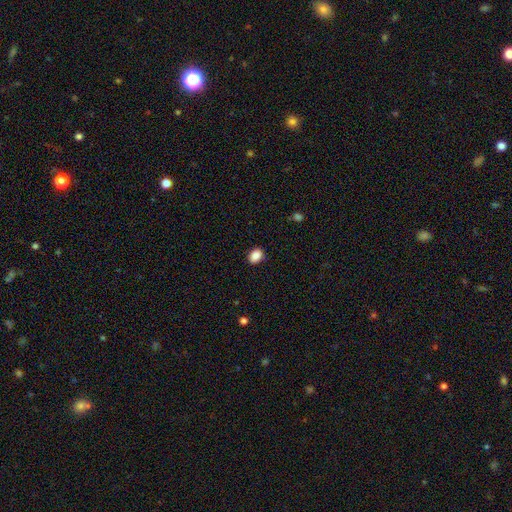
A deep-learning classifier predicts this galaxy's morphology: smooth 89%, star or artifact 8%, featured or disk 3%. Down the decision tree: how rounded — in between (74%); merging — none (87%).